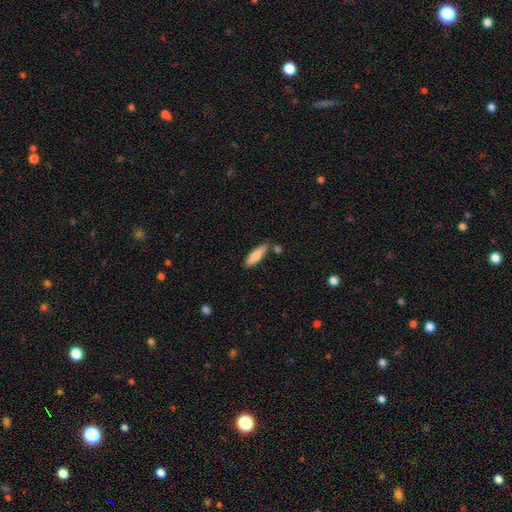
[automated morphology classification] Q: Smooth or featured?
A: smooth (82%); runner-up: featured or disk (12%)
Q: How rounded?
A: cigar-shaped (55%); runner-up: in between (44%)
Q: Merging?
A: none (68%); runner-up: minor disturbance (20%)